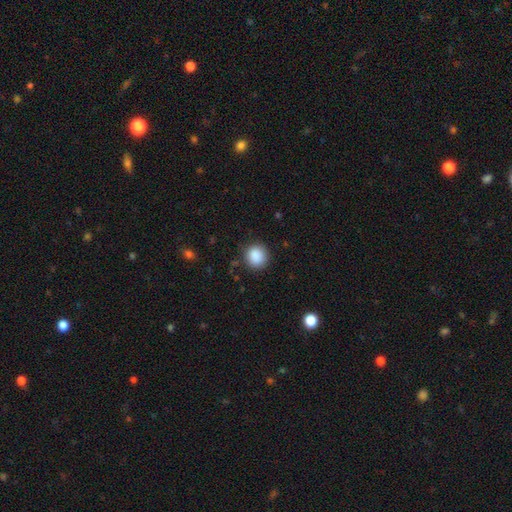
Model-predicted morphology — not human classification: Smooth or featured? smooth (88%)
How rounded? round (86%)
Merging? none (86%)